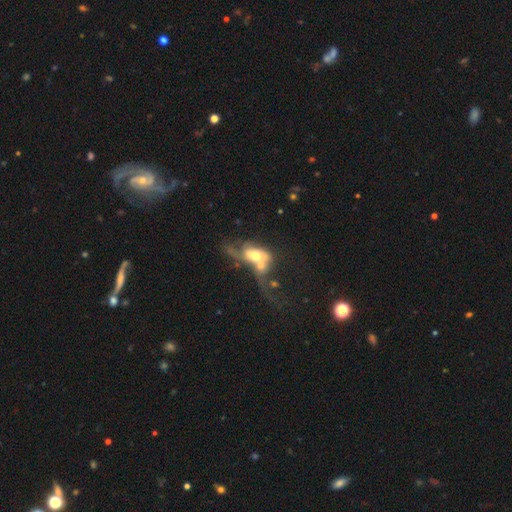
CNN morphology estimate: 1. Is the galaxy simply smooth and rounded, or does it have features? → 47% smooth, 44% featured or disk, 9% star or artifact.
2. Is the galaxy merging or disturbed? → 67% merger, 19% major disturbance, 8% none, 6% minor disturbance.